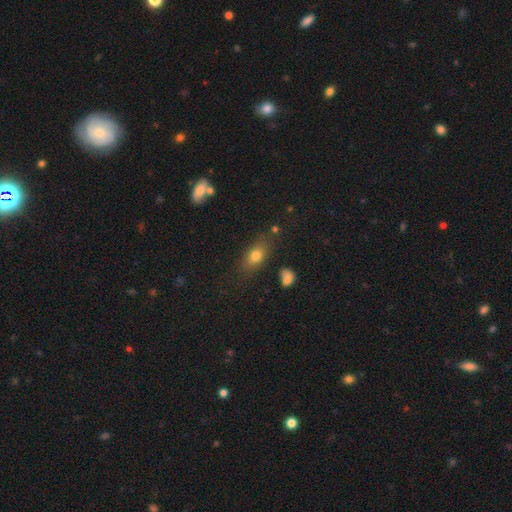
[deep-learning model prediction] Smooth or featured? smooth (75%)
How rounded? in between (75%)
Merging? none (74%)